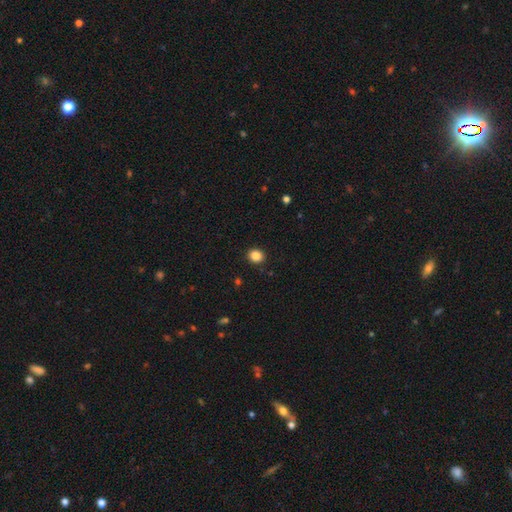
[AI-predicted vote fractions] Smooth or featured? smooth (87%)
How rounded? round (73%)
Merging? none (90%)